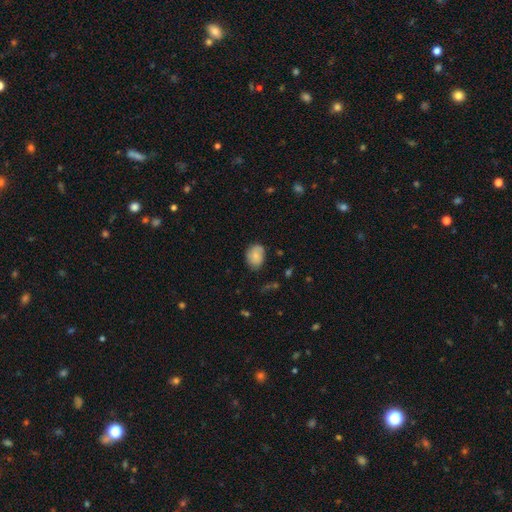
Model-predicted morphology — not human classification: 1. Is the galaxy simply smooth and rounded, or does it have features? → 79% smooth, 13% featured or disk, 8% star or artifact.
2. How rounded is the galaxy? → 70% in between, 28% round, 1% cigar-shaped.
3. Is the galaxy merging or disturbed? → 71% none, 23% minor disturbance, 5% major disturbance, 2% merger.